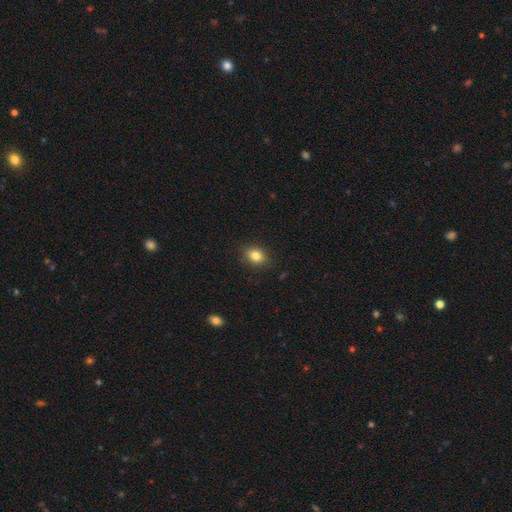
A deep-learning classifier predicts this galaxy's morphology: A smooth galaxy with no disk features (82%) that is in between round and cigar-shaped (54%).

Vote fractions:
- Smooth or featured? smooth: 82% / star or artifact: 11% / featured or disk: 7%
- How rounded? in between: 54% / round: 45% / cigar-shaped: 1%
- Merging? none: 88% / minor disturbance: 9% / major disturbance: 2% / merger: 1%